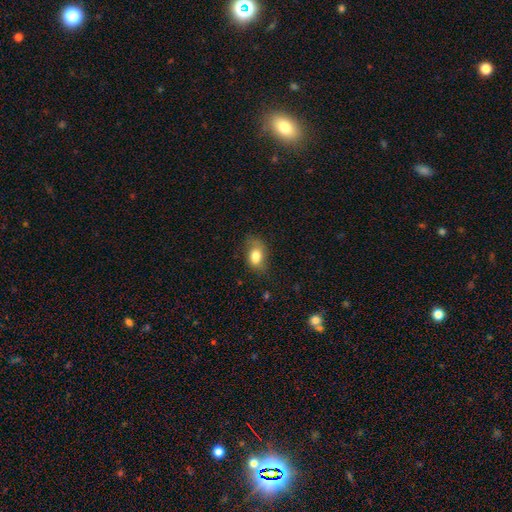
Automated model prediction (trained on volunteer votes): This is likely a smooth galaxy (76%). How rounded: clearly in between (82%). Merging: possibly none (54%).